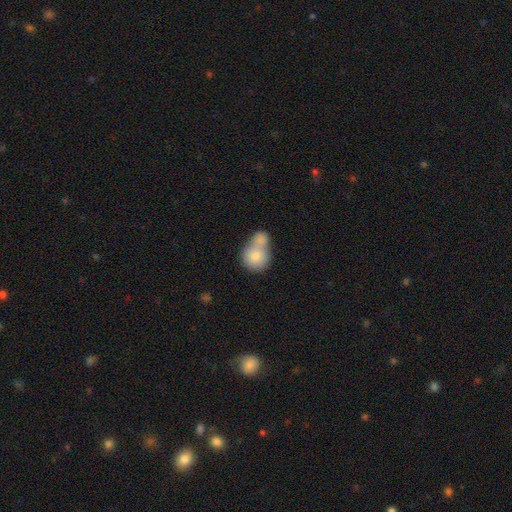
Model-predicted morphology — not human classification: smooth-or-featured: smooth: 79% | featured or disk: 14% | star or artifact: 7%
  how-rounded: round: 76% | in between: 23% | cigar-shaped: 1%
  merging: merger: 65% | none: 23% | minor disturbance: 8% | major disturbance: 4%